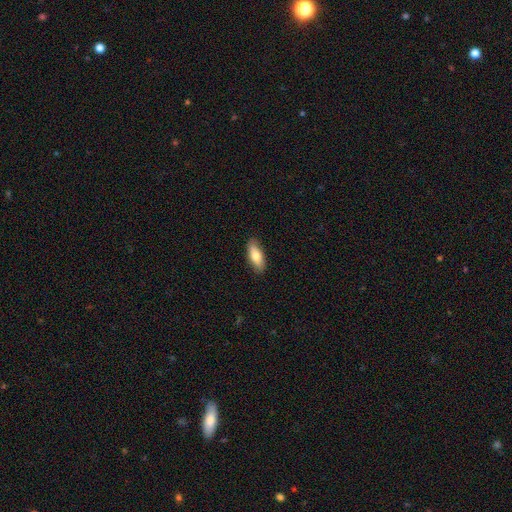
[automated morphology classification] Q: Smooth or featured?
A: smooth (78%); runner-up: featured or disk (16%)
Q: How rounded?
A: in between (74%); runner-up: cigar-shaped (24%)
Q: Merging?
A: none (87%); runner-up: minor disturbance (10%)